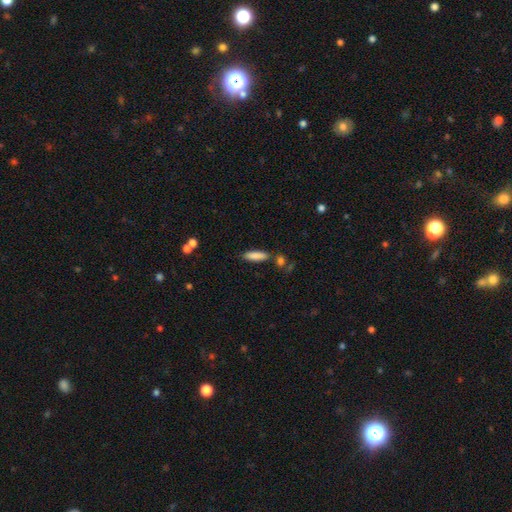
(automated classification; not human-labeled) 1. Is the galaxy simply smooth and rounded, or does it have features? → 84% smooth, 9% featured or disk, 7% star or artifact.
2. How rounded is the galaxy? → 65% cigar-shaped, 34% in between, 2% round.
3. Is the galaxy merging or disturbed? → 80% none, 11% minor disturbance, 6% merger, 3% major disturbance.